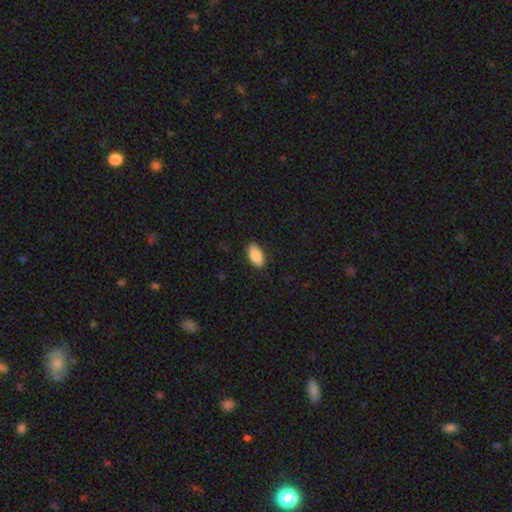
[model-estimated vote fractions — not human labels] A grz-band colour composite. It shows a smooth galaxy with no disk features (88%) that is in between round and cigar-shaped (92%). Merging: none (87%).